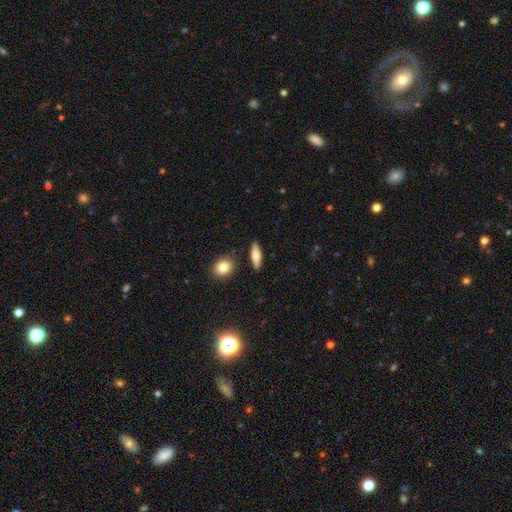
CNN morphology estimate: Smooth or featured?
  - smooth: 72% *
  - featured or disk: 21%
  - star or artifact: 7%
How rounded?
  - cigar-shaped: 51% *
  - in between: 46%
  - round: 4%
Merging?
  - none: 87% *
  - minor disturbance: 8%
  - merger: 3%
  - major disturbance: 2%